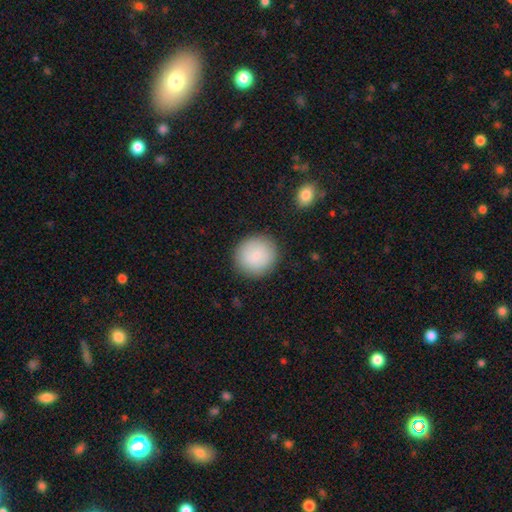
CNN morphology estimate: A smooth galaxy with no disk features (82%) that is round (91%). Merging: none (89%).